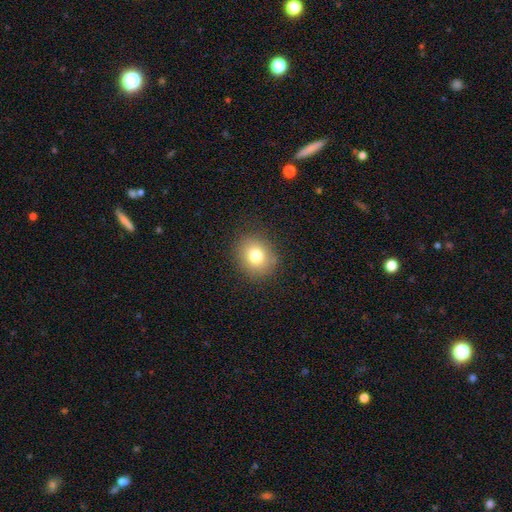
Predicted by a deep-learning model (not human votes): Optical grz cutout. It shows a smooth galaxy with no disk features (78%) that is round (73%). Merging: none (86%).